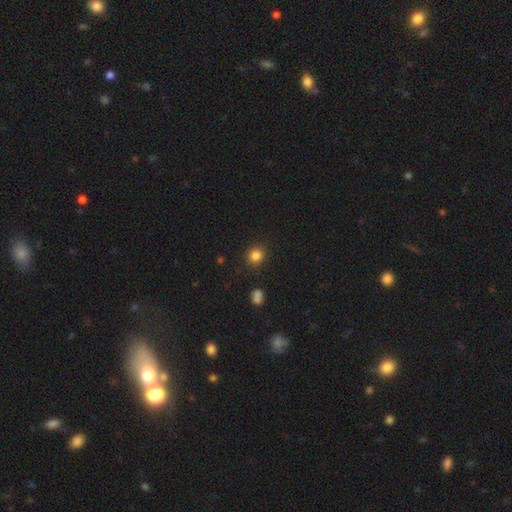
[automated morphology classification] Smooth or featured: smooth — 84% (star or artifact — 12%)
How rounded: round — 82% (in between — 17%)
Merging: none — 88% (minor disturbance — 8%)